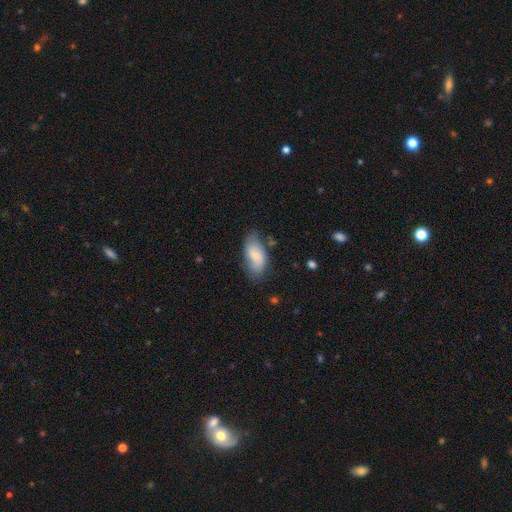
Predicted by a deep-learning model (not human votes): The model was most divided on "merging": none: 65%, minor disturbance: 26%, major disturbance: 7%, merger: 3%. More confident: how rounded — in between (93%); smooth or featured — smooth (68%).